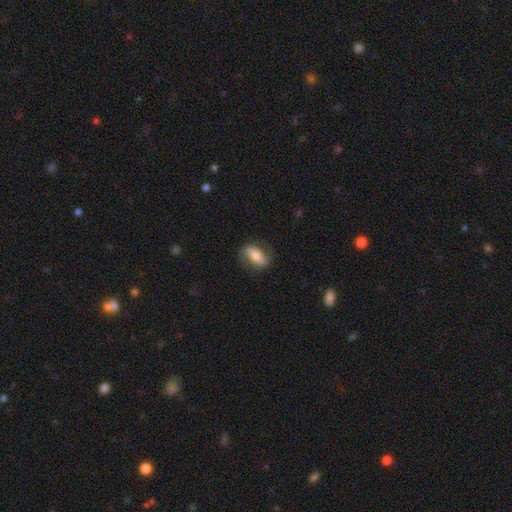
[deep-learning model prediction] This appears to be a smooth galaxy with no disk features (52%) that is in between round and cigar-shaped (79%). Merging: none (77%).